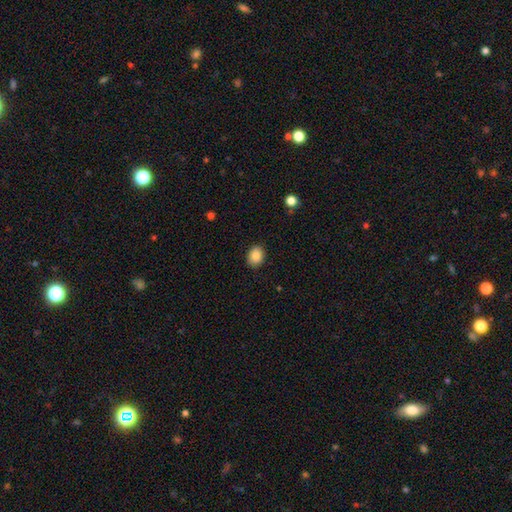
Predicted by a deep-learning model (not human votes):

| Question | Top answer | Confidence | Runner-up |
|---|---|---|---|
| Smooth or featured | smooth | 87% | star or artifact (8%) |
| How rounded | in between | 59% | round (41%) |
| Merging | none | 89% | minor disturbance (8%) |